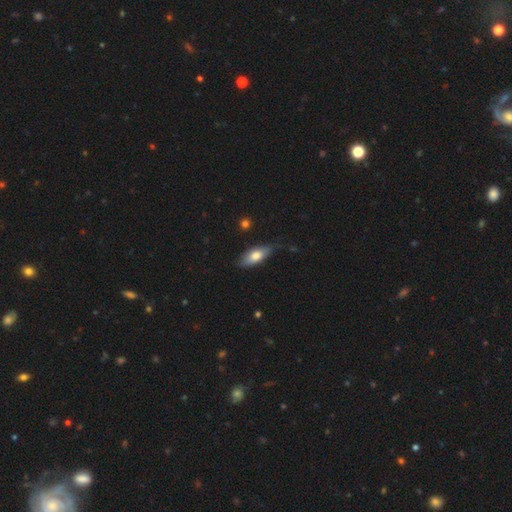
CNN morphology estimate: A smooth galaxy with no disk features (72%) that is in between round and cigar-shaped (79%).

Vote fractions:
- Smooth or featured? smooth: 72% / featured or disk: 22% / star or artifact: 6%
- How rounded? in between: 79% / cigar-shaped: 18% / round: 3%
- Merging? none: 69% / minor disturbance: 25% / major disturbance: 4% / merger: 2%